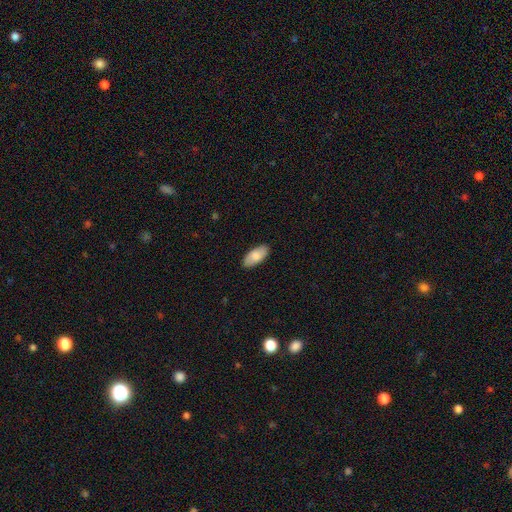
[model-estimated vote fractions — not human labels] The model was most divided on "smooth or featured": smooth: 81%, featured or disk: 13%, star or artifact: 6%. More confident: how rounded — in between (90%); merging — none (89%).